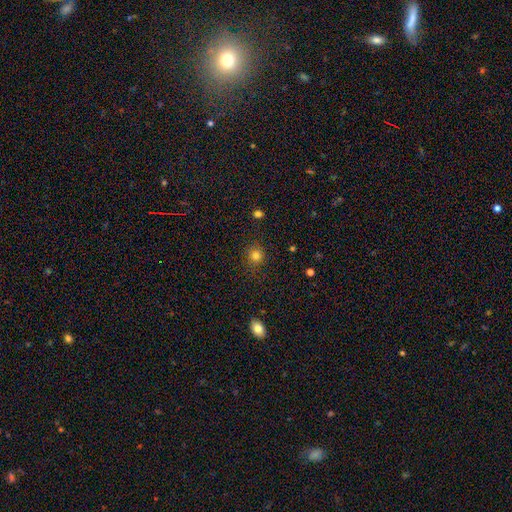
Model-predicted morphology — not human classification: Overall: smooth (81%). How rounded: round (89%). Merging: none (86%).